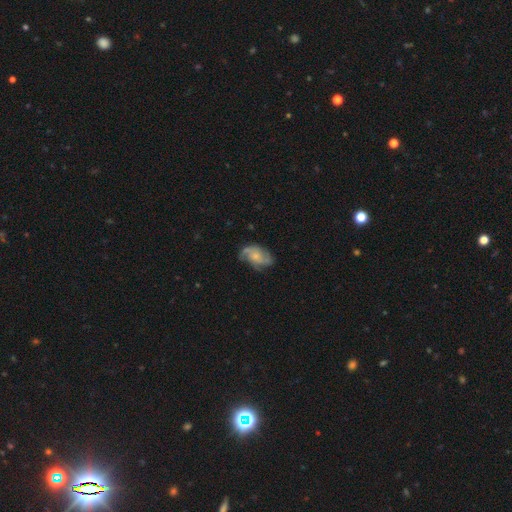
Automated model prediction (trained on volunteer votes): Q: Smooth or featured?
A: featured or disk (70%); runner-up: smooth (24%)
Q: Edge-on disk?
A: no (97%); runner-up: yes (3%)
Q: Bar?
A: no (74%); runner-up: weak (23%)
Q: Spiral arms?
A: yes (91%); runner-up: no (9%)
Q: Spiral winding?
A: medium (46%); runner-up: loose (32%)
Q: Spiral arm count?
A: 2 (36%); runner-up: 3 (32%)
Q: Bulge size?
A: small (56%); runner-up: moderate (29%)
Q: Merging?
A: none (61%); runner-up: minor disturbance (25%)